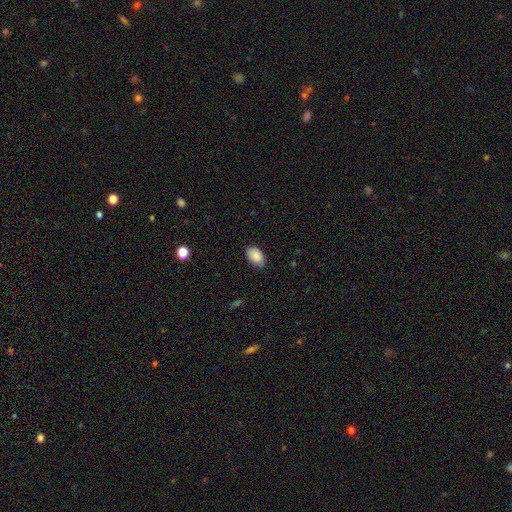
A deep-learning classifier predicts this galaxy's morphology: type=smooth (88%); roundness=in between (89%); merging=none (78%).